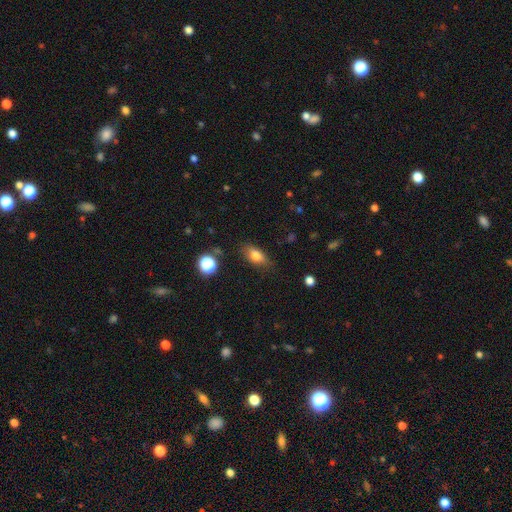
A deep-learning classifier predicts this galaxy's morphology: This is likely a smooth galaxy (78%). How rounded: clearly in between (81%). Merging: likely none (79%).